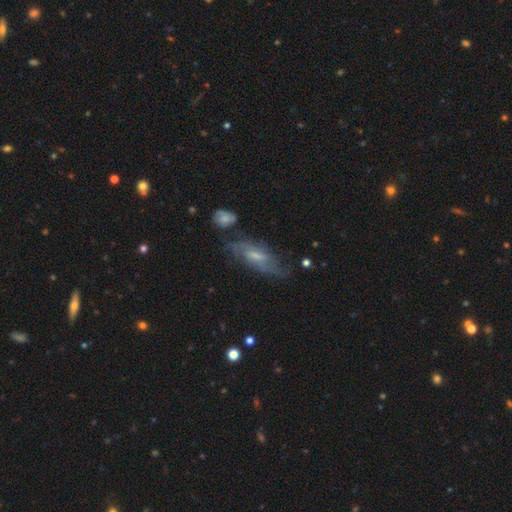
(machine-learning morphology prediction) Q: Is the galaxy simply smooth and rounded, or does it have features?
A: featured or disk — 67%.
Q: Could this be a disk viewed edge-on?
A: no — 83%.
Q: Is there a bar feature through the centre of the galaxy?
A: weak — 51%.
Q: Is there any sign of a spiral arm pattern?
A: yes — 84%.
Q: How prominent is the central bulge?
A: small — 47%.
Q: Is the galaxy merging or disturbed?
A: none — 64%.